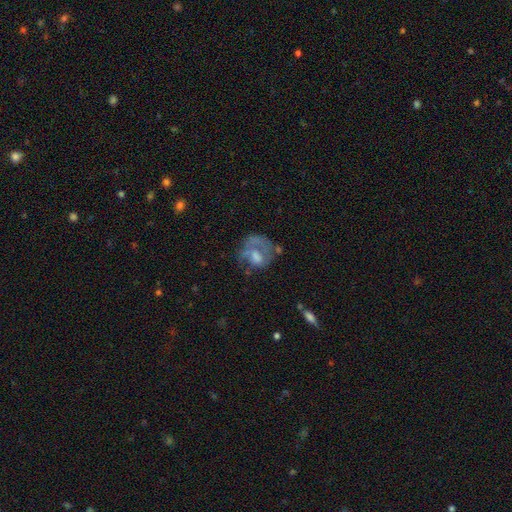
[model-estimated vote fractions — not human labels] The model was most divided on "spiral arms": yes: 53%, no: 47%. Remaining: edge-on disk — no (97%); bar — no (74%); smooth or featured — featured or disk (60%); bulge size — moderate (43%); merging — none (42%).